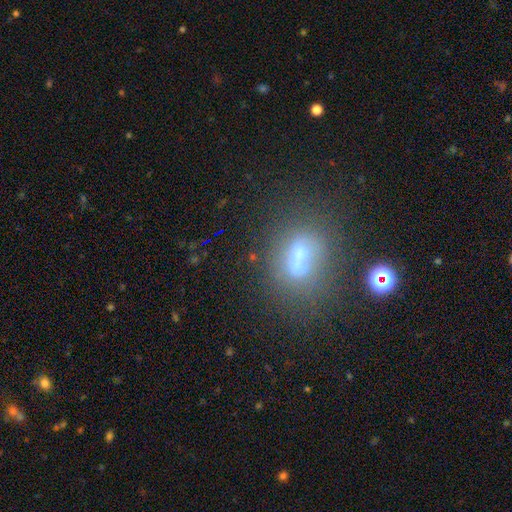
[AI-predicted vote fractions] smooth 55%, star or artifact 23%, featured or disk 22%. Down the decision tree: how rounded — in between (66%); merging — none (66%).